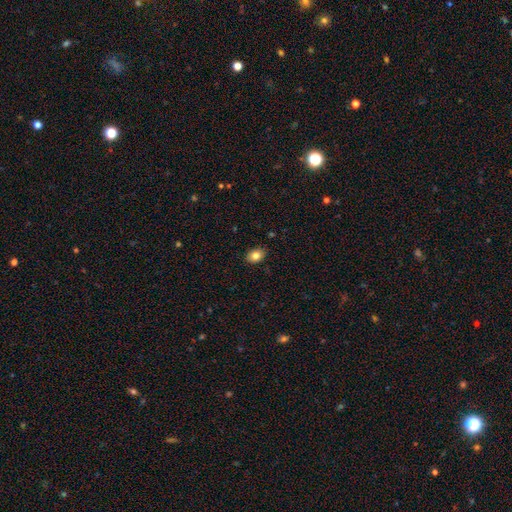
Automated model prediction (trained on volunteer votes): Q: Smooth or featured?
A: smooth (82%); runner-up: star or artifact (9%)
Q: How rounded?
A: in between (75%); runner-up: round (24%)
Q: Merging?
A: none (88%); runner-up: minor disturbance (10%)